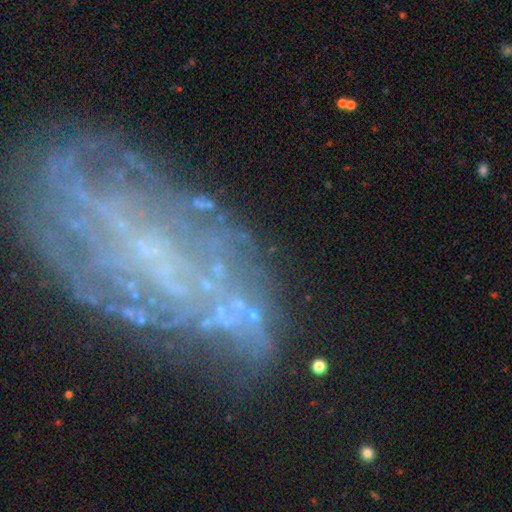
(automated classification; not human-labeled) This is possibly a featured or disk galaxy (58%). It is clearly not viewed edge-on (92%). Bar: likely no (62%). Spiral arm pattern: likely yes (66%). Central bulge: possibly small (45%). Merging: likely none (64%).